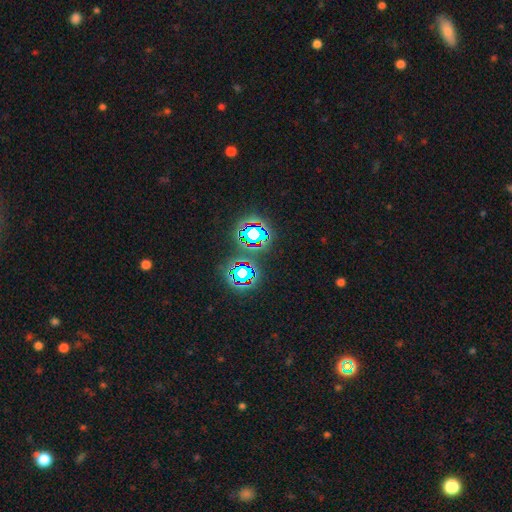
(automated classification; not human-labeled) Q: Smooth or featured?
A: star or artifact (73%); runner-up: smooth (19%)